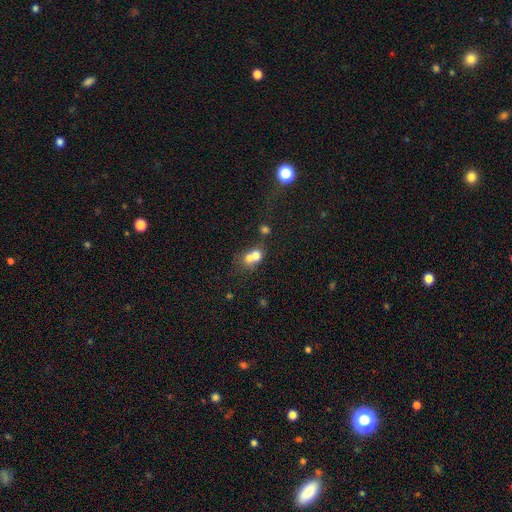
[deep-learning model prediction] smooth_or_featured: smooth (p=0.68) [alt: featured or disk p=0.20]
how_rounded: round (p=0.66) [alt: in between p=0.33]
merging: merger (p=0.68) [alt: none p=0.22]